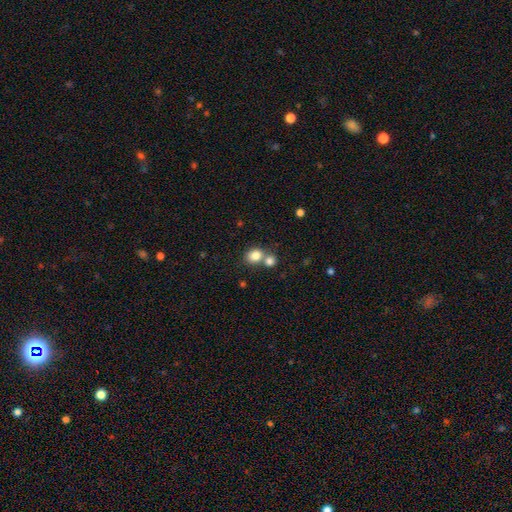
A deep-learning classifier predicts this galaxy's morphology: smooth-or-featured: smooth: 83% | star or artifact: 10% | featured or disk: 8%
  how-rounded: round: 59% | in between: 40% | cigar-shaped: 1%
  merging: none: 45% | merger: 44% | minor disturbance: 8% | major disturbance: 3%